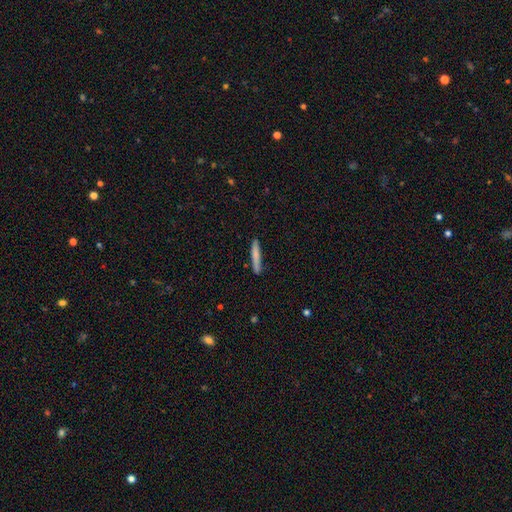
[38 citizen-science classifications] smooth-or-featured: smooth: 87% | featured or disk: 11% | star or artifact: 3%
  how-rounded: cigar-shaped: 97% | in between: 3% | round: 0%
  merging: none: 78% | minor disturbance: 16% | major disturbance: 3% | merger: 3%